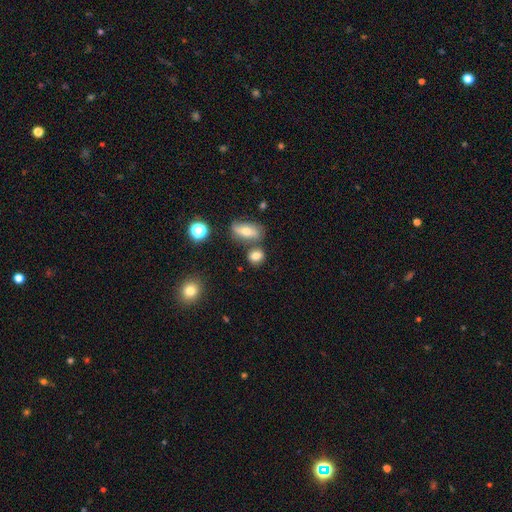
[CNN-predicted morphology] smooth_or_featured: smooth (p=0.77) [alt: star or artifact p=0.12]
how_rounded: round (p=0.48) [tied with: in between p=0.48]
merging: none (p=0.64) [alt: merger p=0.19]